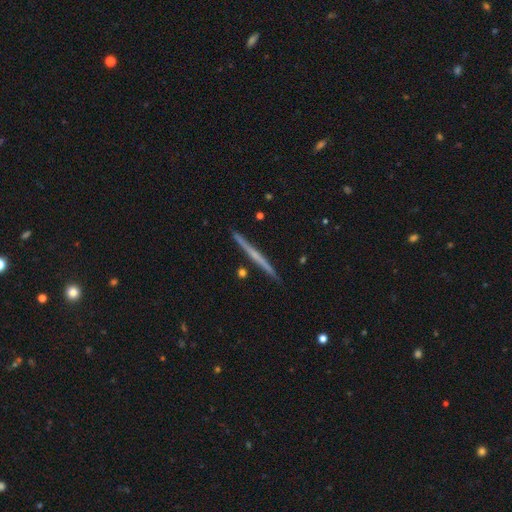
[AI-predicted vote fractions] Smooth or featured? featured or disk (65%)
Edge-on disk? yes (98%)
Edge-on bulge? none (72%)
Merging? none (91%)